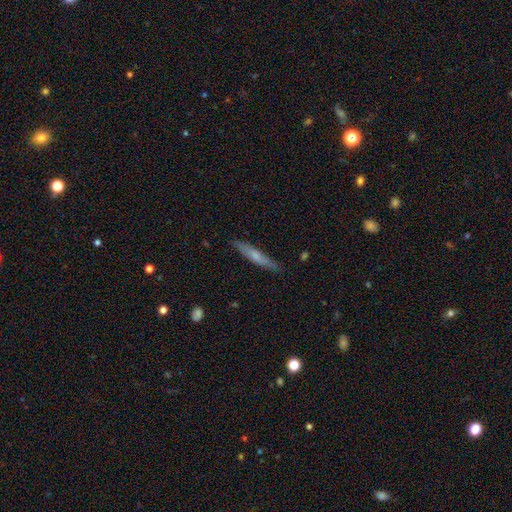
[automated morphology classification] A smooth galaxy with no disk features (56%) that is cigar-shaped (91%). Merging: none (86%).